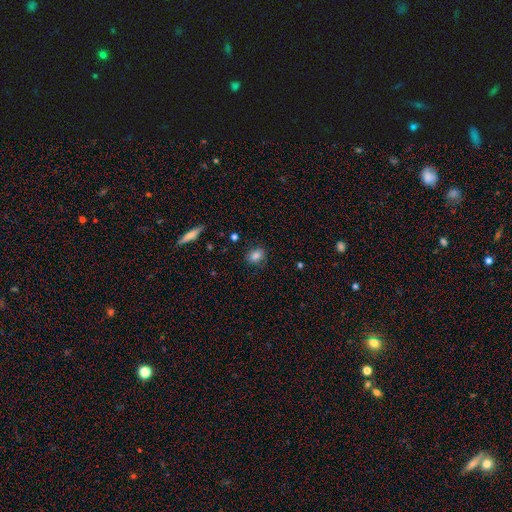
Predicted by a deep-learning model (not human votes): A smooth galaxy with no disk features (83%) that is in between round and cigar-shaped (57%).

Vote fractions:
- Smooth or featured? smooth: 83% / star or artifact: 10% / featured or disk: 7%
- How rounded? in between: 57% / round: 41% / cigar-shaped: 2%
- Merging? none: 82% / minor disturbance: 13% / major disturbance: 3% / merger: 1%